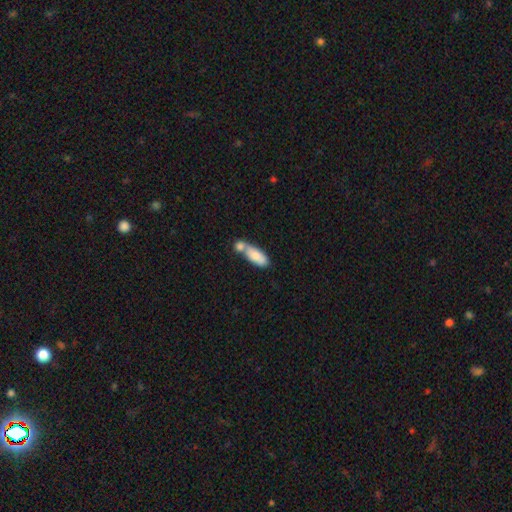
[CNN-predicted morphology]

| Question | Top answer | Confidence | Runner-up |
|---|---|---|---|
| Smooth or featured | smooth | 78% | featured or disk (16%) |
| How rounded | in between | 75% | cigar-shaped (22%) |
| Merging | merger | 57% | none (28%) |